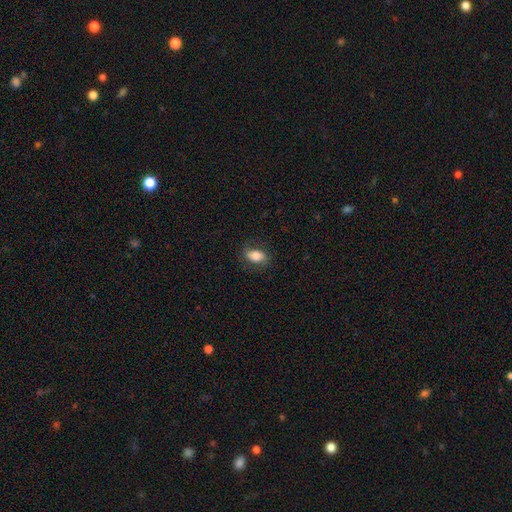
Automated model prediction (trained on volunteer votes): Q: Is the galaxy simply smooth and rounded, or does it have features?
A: smooth — 73%.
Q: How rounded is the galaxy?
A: in between — 85%.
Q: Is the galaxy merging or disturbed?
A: none — 76%.